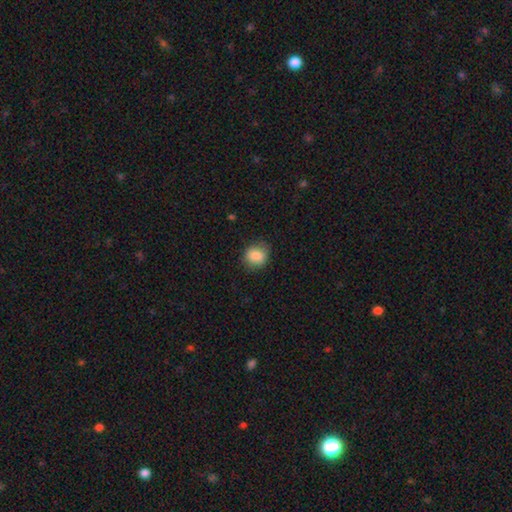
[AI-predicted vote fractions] The model was most divided on "how rounded": round: 73%, in between: 26%, cigar-shaped: 1%. More confident: smooth or featured — smooth (86%); merging — none (81%).